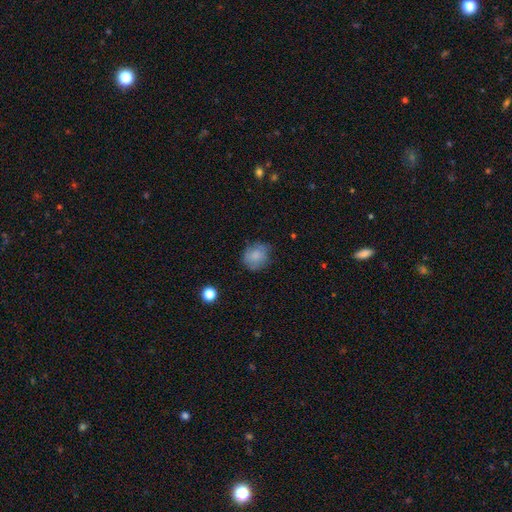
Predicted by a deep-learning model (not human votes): Q: Smooth or featured?
A: smooth (77%); runner-up: featured or disk (14%)
Q: How rounded?
A: round (71%); runner-up: in between (28%)
Q: Merging?
A: none (65%); runner-up: minor disturbance (26%)